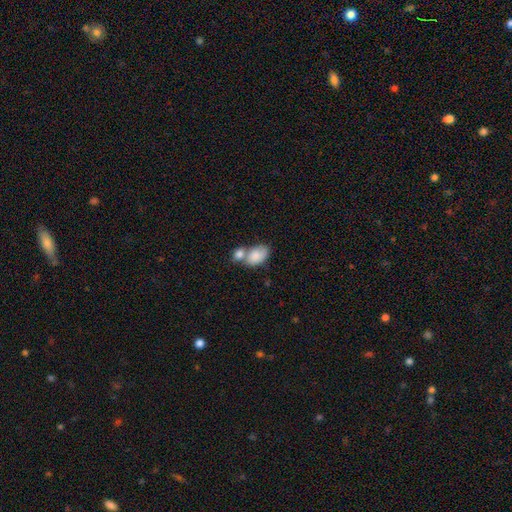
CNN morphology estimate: smooth-or-featured: smooth: 82% | featured or disk: 12% | star or artifact: 6%
  how-rounded: in between: 88% | round: 11% | cigar-shaped: 1%
  merging: merger: 60% | none: 24% | minor disturbance: 11% | major disturbance: 5%